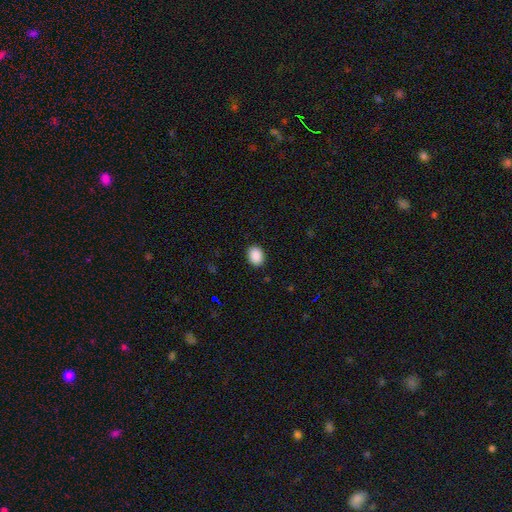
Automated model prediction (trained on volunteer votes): smooth 89%, star or artifact 8%, featured or disk 3%. Down the decision tree: how rounded — in between (60%); merging — none (89%).